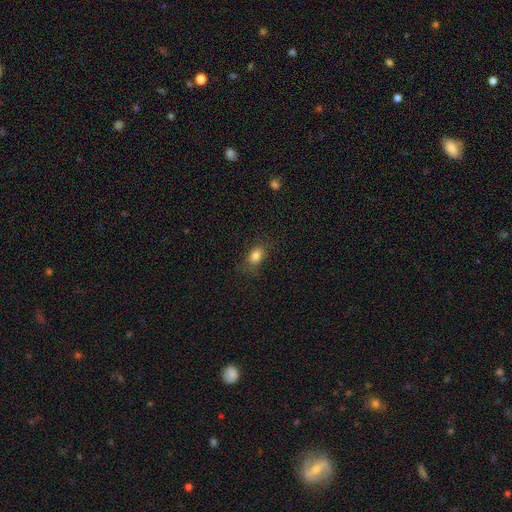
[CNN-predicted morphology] A smooth galaxy with no disk features (82%) that is in between round and cigar-shaped (75%).

Vote fractions:
- Smooth or featured? smooth: 82% / star or artifact: 11% / featured or disk: 7%
- How rounded? in between: 75% / round: 23% / cigar-shaped: 2%
- Merging? none: 75% / minor disturbance: 17% / major disturbance: 7% / merger: 1%